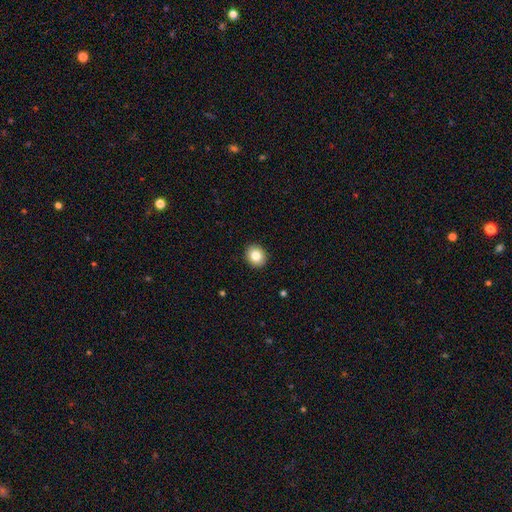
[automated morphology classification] This is clearly a smooth galaxy (83%). How rounded: likely round (79%). Merging: clearly none (92%).